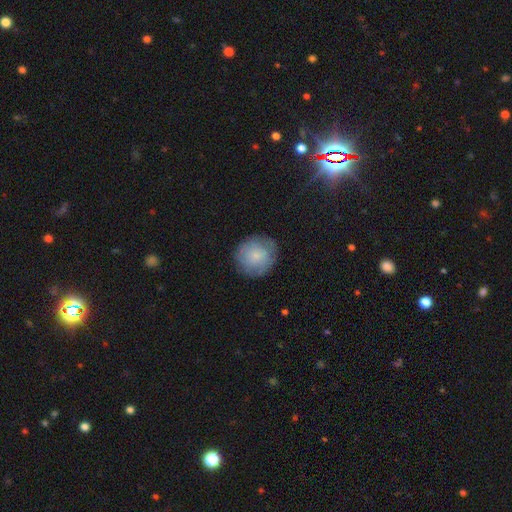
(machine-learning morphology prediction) smooth_or_featured: smooth (p=0.69) [alt: featured or disk p=0.23]
how_rounded: round (p=0.90) [alt: in between p=0.09]
merging: none (p=0.78) [alt: minor disturbance p=0.16]